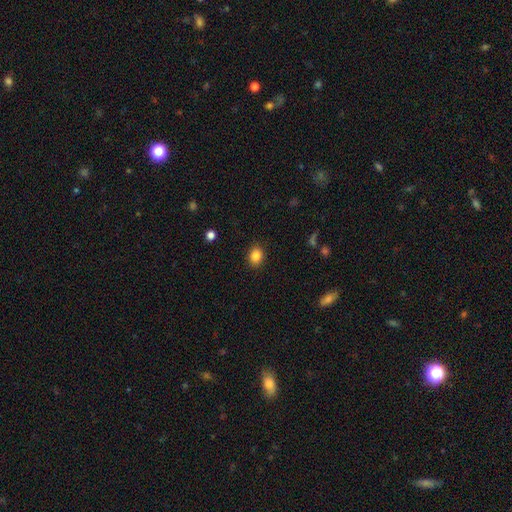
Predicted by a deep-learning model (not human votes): Q: Smooth or featured?
A: smooth (85%); runner-up: star or artifact (10%)
Q: How rounded?
A: round (53%); runner-up: in between (46%)
Q: Merging?
A: none (89%); runner-up: minor disturbance (8%)